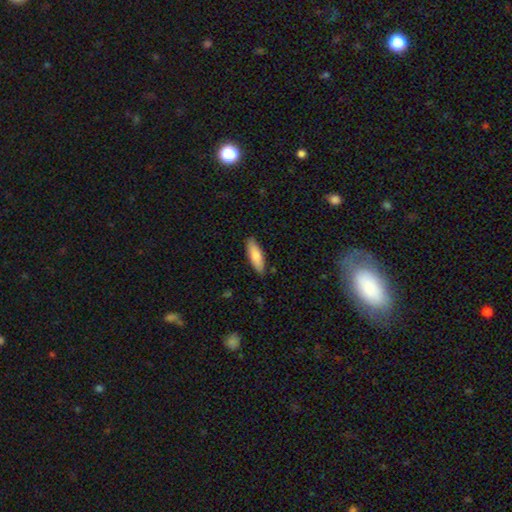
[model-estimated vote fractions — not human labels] smooth_or_featured: smooth (p=0.83) [alt: featured or disk p=0.12]
how_rounded: cigar-shaped (p=0.51) [alt: in between p=0.47]
merging: none (p=0.87) [alt: minor disturbance p=0.10]